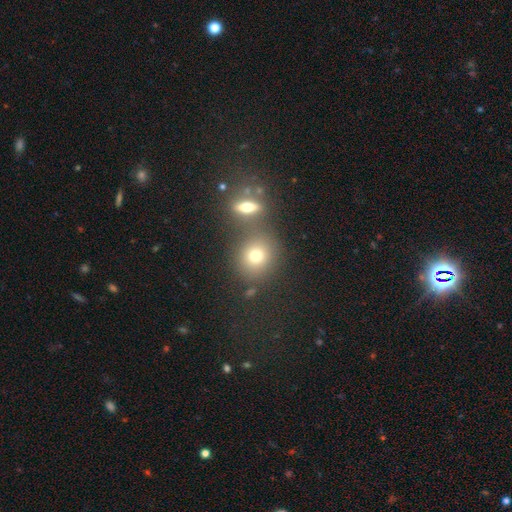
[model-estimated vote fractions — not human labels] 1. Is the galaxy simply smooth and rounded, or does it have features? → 73% smooth, 14% star or artifact, 13% featured or disk.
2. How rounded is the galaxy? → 79% round, 19% in between, 2% cigar-shaped.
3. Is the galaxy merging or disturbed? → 63% none, 24% merger, 9% minor disturbance, 4% major disturbance.